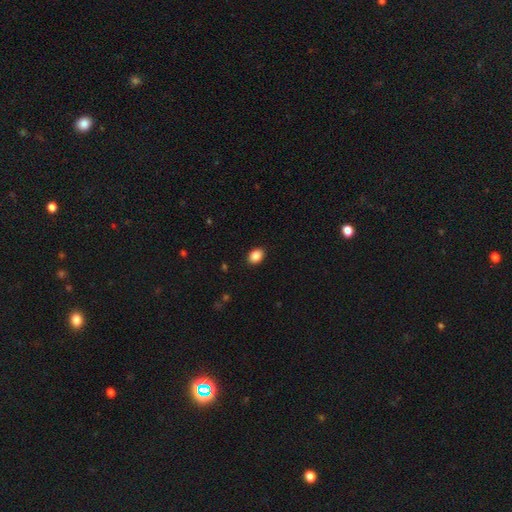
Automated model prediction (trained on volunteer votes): Morphology: type=smooth (88%); roundness=in between (74%); merging=none (90%).